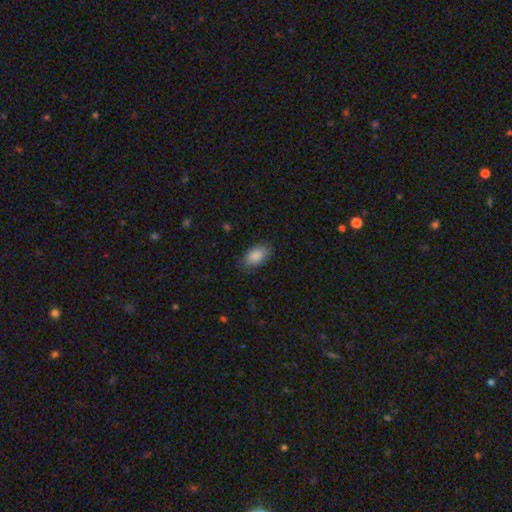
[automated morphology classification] smooth 88%, star or artifact 7%, featured or disk 6%. Down the decision tree: how rounded — in between (93%); merging — none (81%).